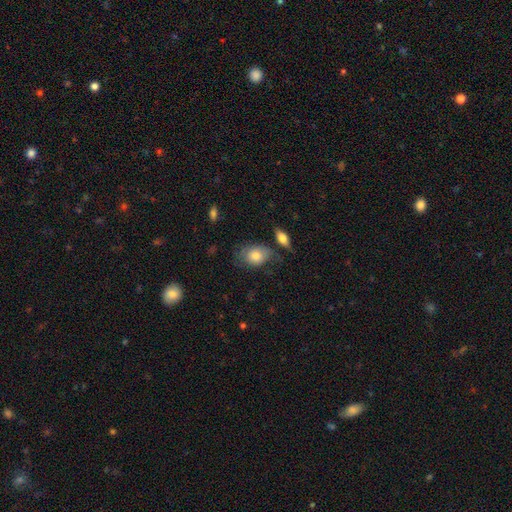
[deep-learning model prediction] A smooth galaxy with no disk features (76%) that is in between round and cigar-shaped (74%). Merging: none (52%).